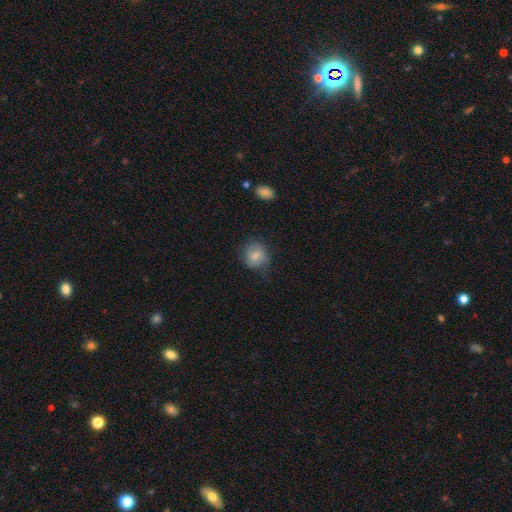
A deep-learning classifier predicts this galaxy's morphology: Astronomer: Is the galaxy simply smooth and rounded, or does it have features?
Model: smooth — 76%.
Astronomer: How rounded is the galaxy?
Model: round — 76%.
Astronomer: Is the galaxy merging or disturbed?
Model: none — 63%.